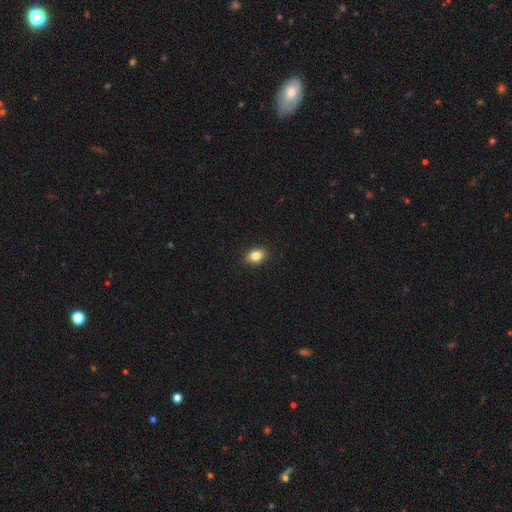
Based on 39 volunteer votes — Volunteers were most divided on "how rounded": in between: 81%, round: 19%, cigar-shaped: 0%. More confident: merging — none (89%); smooth or featured — smooth (79%).